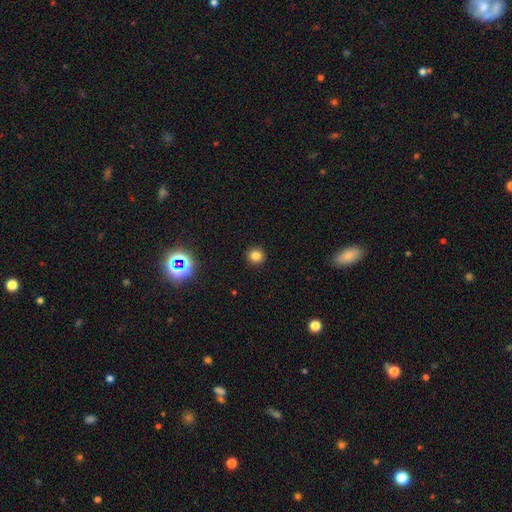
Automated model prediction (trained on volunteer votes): This appears to be a smooth galaxy with no disk features (80%) that is round (93%). Merging: none (93%).